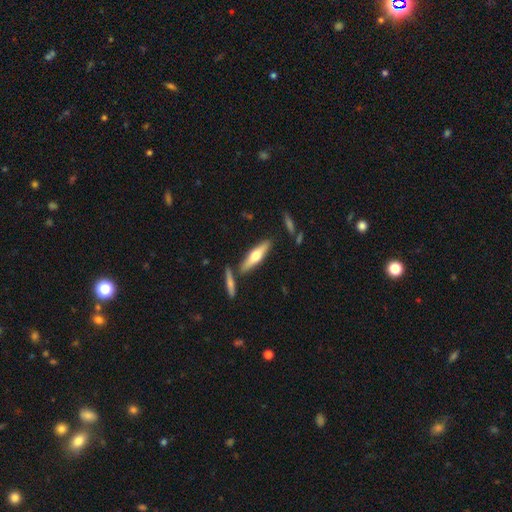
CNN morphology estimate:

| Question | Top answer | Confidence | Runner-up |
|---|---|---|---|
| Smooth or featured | smooth | 50% | featured or disk (45%) |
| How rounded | cigar-shaped | 69% | in between (29%) |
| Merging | none | 78% | minor disturbance (10%) |